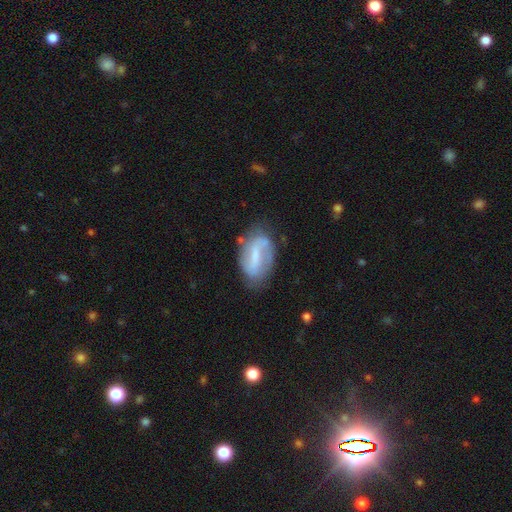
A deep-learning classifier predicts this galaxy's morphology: This appears to be a featured or disk galaxy (67%) with a weak bar (43%), 2 (73%) loose (40%) spiral arms (80%) and a small central bulge (42%). Merging: none (67%).